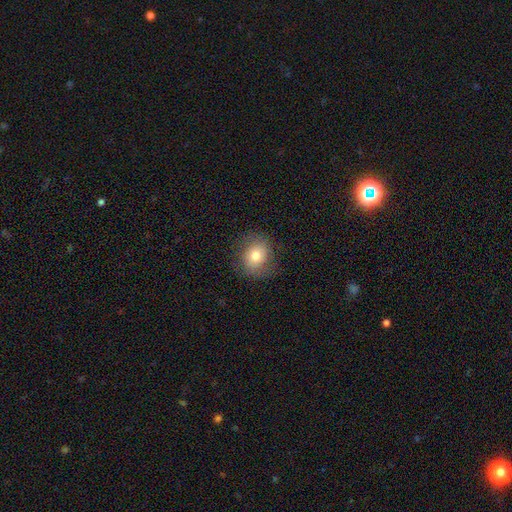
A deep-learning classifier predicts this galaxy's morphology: smooth 74%, featured or disk 17%, star or artifact 9%. Down the decision tree: how rounded — round (56%); merging — none (78%).